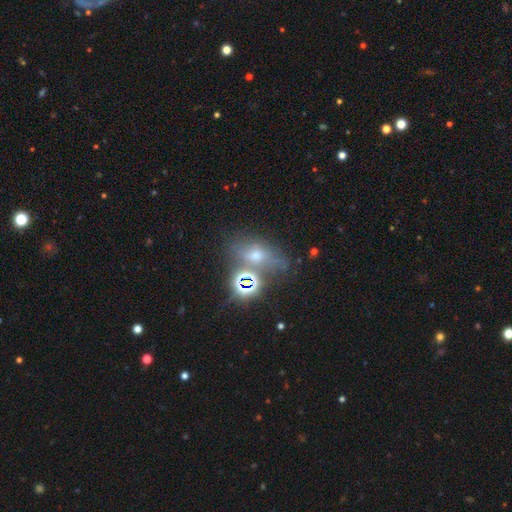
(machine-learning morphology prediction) This is marginally a smooth galaxy (40%). Merging: possibly none (59%).